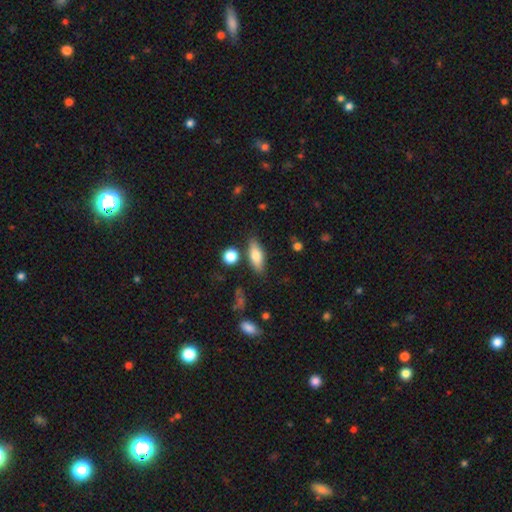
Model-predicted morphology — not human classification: smooth-or-featured: smooth: 73% | featured or disk: 20% | star or artifact: 7%
  how-rounded: in between: 69% | cigar-shaped: 27% | round: 4%
  merging: none: 79% | minor disturbance: 12% | merger: 6% | major disturbance: 3%